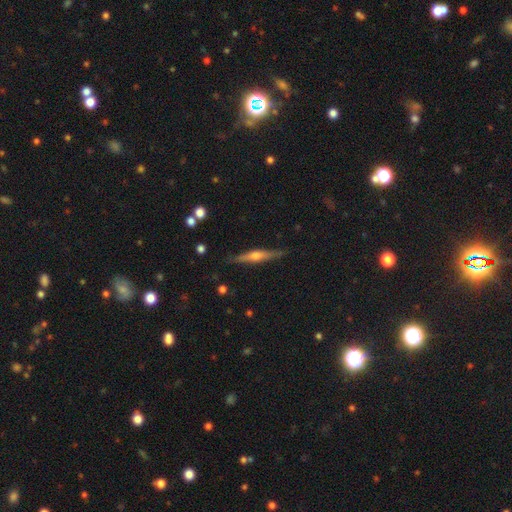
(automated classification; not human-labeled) The model was most divided on "smooth or featured": featured or disk: 69%, smooth: 25%, star or artifact: 6%. More confident: edge-on disk — yes (97%); merging — none (88%); edge-on bulge — rounded (87%).